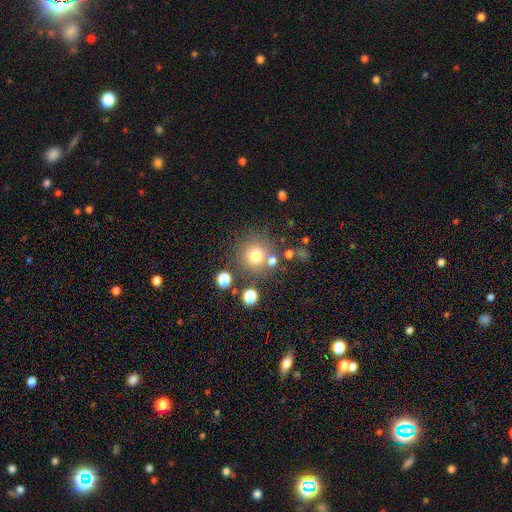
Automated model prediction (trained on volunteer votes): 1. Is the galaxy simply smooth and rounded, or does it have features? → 74% smooth, 16% star or artifact, 10% featured or disk.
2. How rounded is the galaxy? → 93% round, 6% in between, 1% cigar-shaped.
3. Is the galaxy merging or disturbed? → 75% none, 10% merger, 10% minor disturbance, 5% major disturbance.